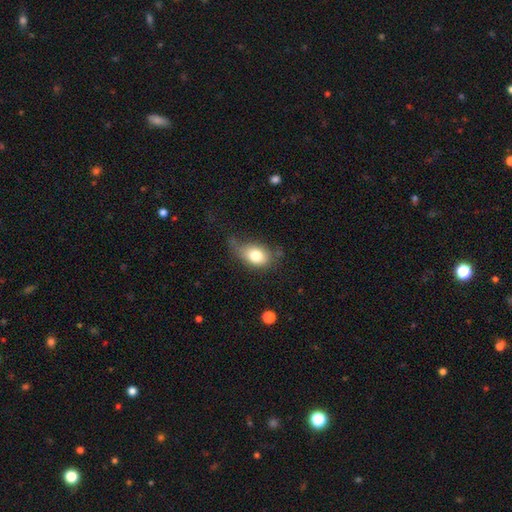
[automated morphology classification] Smooth or featured: smooth — 77% (featured or disk — 14%)
How rounded: in between — 80% (round — 18%)
Merging: none — 46% (minor disturbance — 34%)